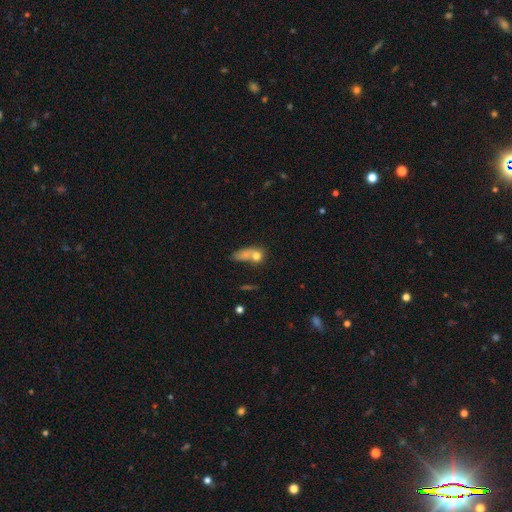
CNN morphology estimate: smooth_or_featured: smooth (p=0.68) [alt: featured or disk p=0.20]
how_rounded: in between (p=0.46) [alt: round p=0.42]
merging: merger (p=0.46) [alt: none p=0.28]